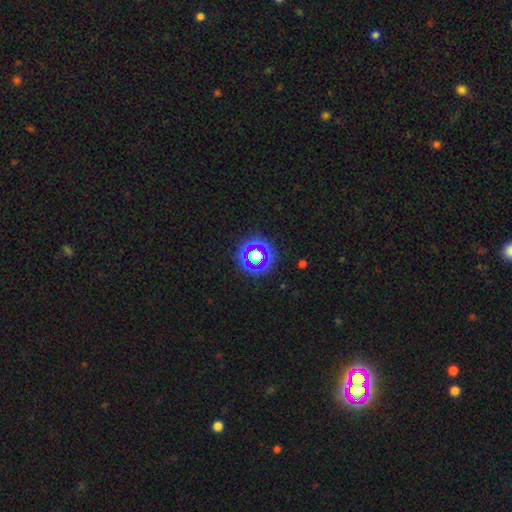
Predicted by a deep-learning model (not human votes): smooth_or_featured: star or artifact (p=0.50) [alt: smooth p=0.32]